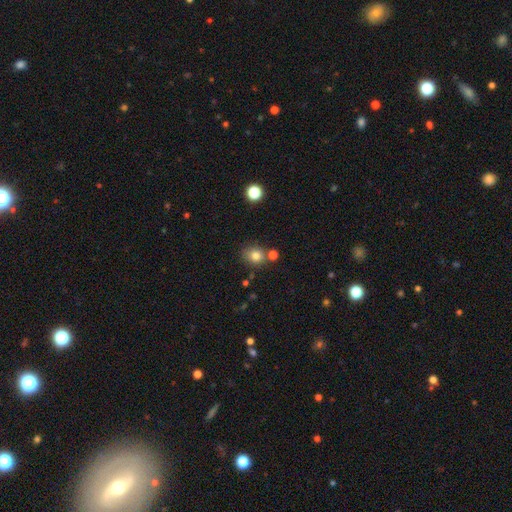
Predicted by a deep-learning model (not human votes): Smooth or featured?
  - smooth: 80% *
  - star or artifact: 13%
  - featured or disk: 8%
How rounded?
  - round: 71% *
  - in between: 28%
  - cigar-shaped: 1%
Merging?
  - none: 71% *
  - merger: 14%
  - minor disturbance: 12%
  - major disturbance: 4%